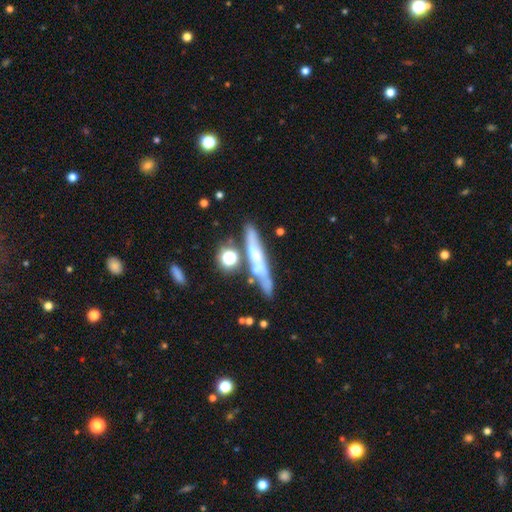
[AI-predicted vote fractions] Morphology: type=featured or disk (52%); edge-on=yes (76%); merging=none (61%).